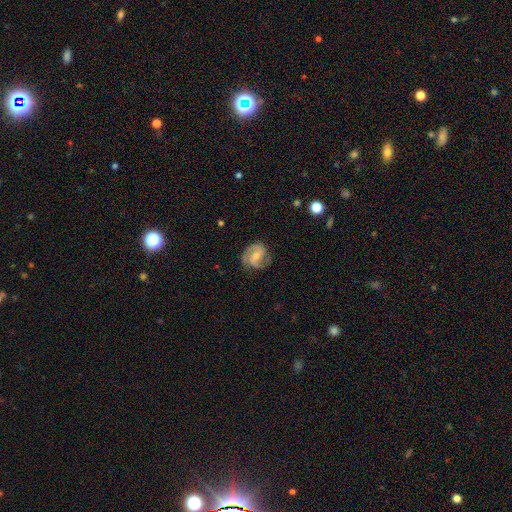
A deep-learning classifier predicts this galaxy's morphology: Smooth or featured?
  - featured or disk: 80% *
  - smooth: 14%
  - star or artifact: 6%
Edge-on disk?
  - no: 98% *
  - yes: 2%
Bar?
  - weak: 49% *
  - no: 35%
  - strong: 17%
Spiral arms?
  - yes: 95% *
  - no: 5%
Spiral winding?
  - medium: 52% *
  - tight: 29%
  - loose: 19%
Spiral arm count?
  - 2: 82% *
  - can't tell: 6%
  - 3: 6%
  - 1: 3%
  - 4: 1%
  - more than 4: 1%
Bulge size?
  - small: 49% *
  - moderate: 43%
  - none: 5%
  - large: 2%
  - dominant: 1%
Merging?
  - none: 74% *
  - minor disturbance: 18%
  - major disturbance: 7%
  - merger: 1%